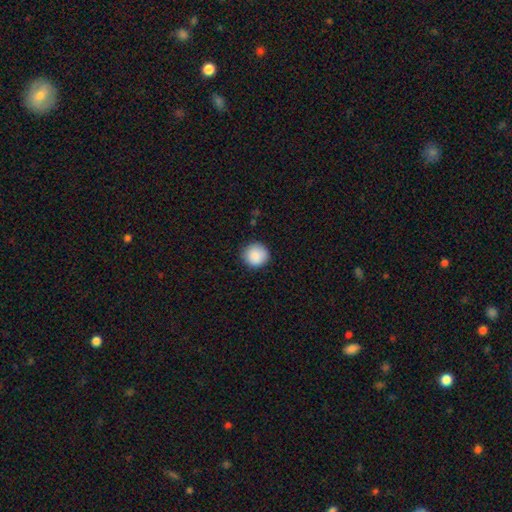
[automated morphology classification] type=smooth (89%); roundness=round (93%); merging=none (88%).